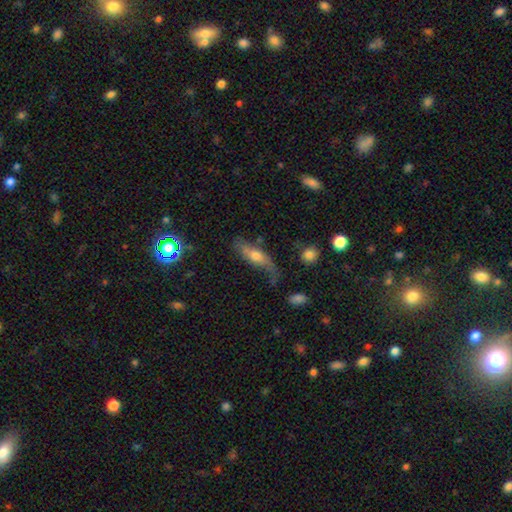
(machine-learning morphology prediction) This is possibly a featured or disk galaxy (49%). Merging: possibly none (51%).